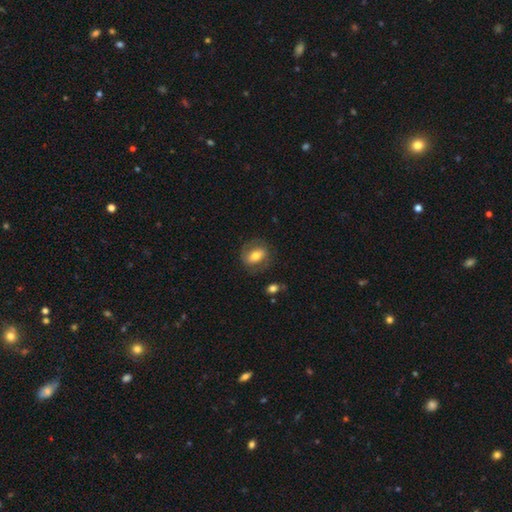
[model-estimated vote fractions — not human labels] Smooth or featured? smooth (59%)
How rounded? in between (65%)
Merging? none (74%)